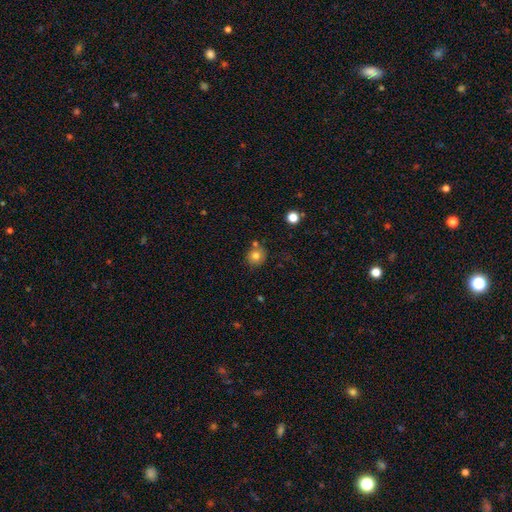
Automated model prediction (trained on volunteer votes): A smooth galaxy with no disk features (78%) that is round (86%).

Vote fractions:
- Smooth or featured? smooth: 78% / star or artifact: 11% / featured or disk: 10%
- How rounded? round: 86% / in between: 13% / cigar-shaped: 1%
- Merging? none: 73% / merger: 12% / minor disturbance: 12% / major disturbance: 3%